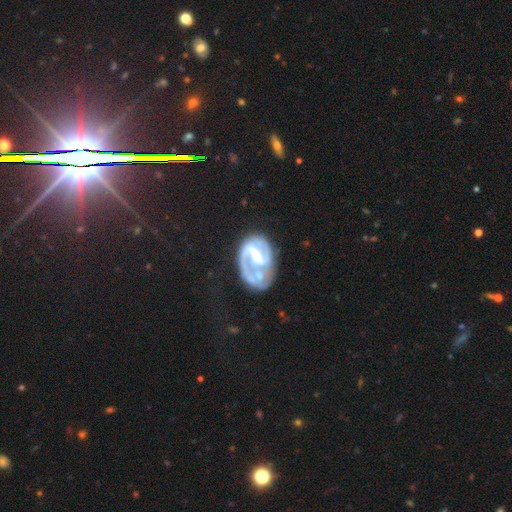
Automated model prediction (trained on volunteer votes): This appears to be a featured or disk galaxy (88%) with a weak bar (44%), 2 (83%) medium (52%) spiral arms (95%) and a small central bulge (51%). Merging: none (42%).